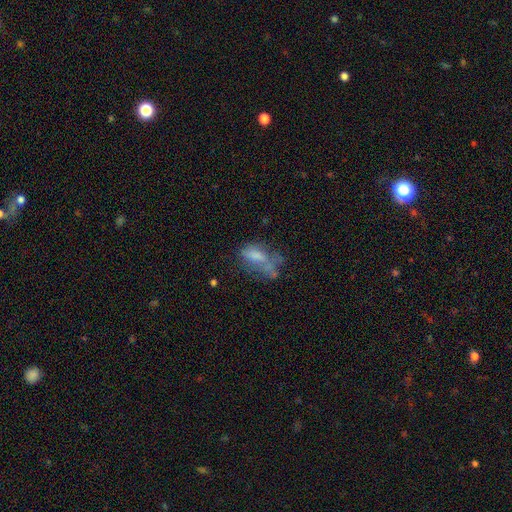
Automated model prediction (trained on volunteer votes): Q: Smooth or featured?
A: smooth (53%); runner-up: featured or disk (33%)
Q: How rounded?
A: in between (83%); runner-up: cigar-shaped (11%)
Q: Merging?
A: major disturbance (33%); runner-up: none (29%)